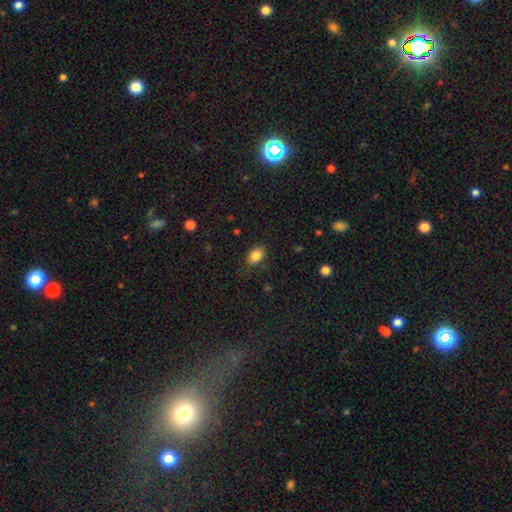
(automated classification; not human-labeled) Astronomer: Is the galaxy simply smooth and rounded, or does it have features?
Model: smooth — 84%.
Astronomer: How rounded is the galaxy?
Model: in between — 78%.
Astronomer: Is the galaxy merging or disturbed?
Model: none — 80%.